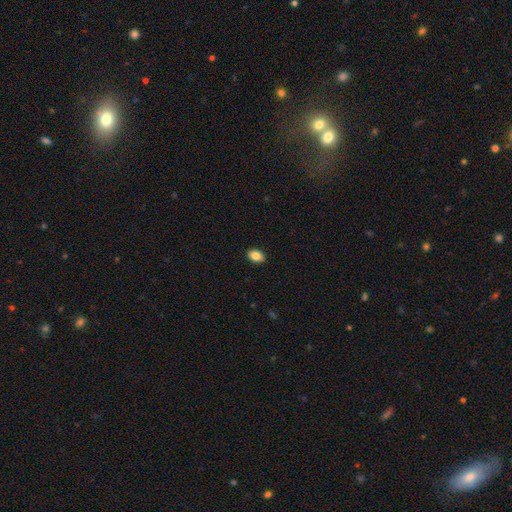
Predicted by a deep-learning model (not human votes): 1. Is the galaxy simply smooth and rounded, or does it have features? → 87% smooth, 8% star or artifact, 5% featured or disk.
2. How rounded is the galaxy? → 87% in between, 12% round, 1% cigar-shaped.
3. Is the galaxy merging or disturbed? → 90% none, 7% minor disturbance, 2% major disturbance, 1% merger.